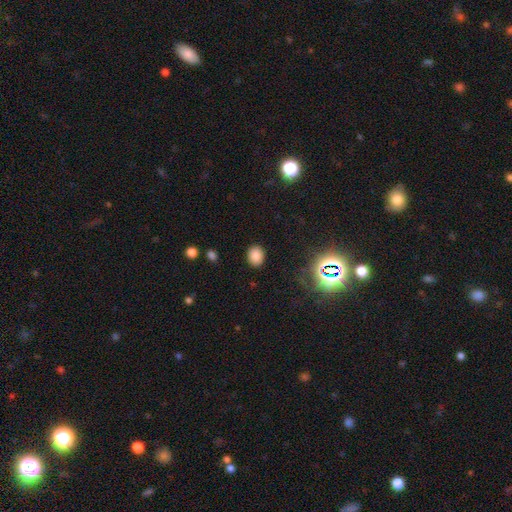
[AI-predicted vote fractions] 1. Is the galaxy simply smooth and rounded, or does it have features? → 81% smooth, 14% star or artifact, 5% featured or disk.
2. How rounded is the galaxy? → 54% in between, 45% round, 1% cigar-shaped.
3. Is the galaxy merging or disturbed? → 88% none, 8% minor disturbance, 3% major disturbance, 1% merger.